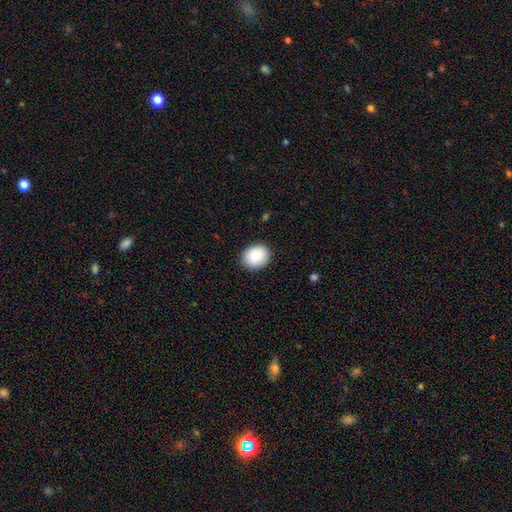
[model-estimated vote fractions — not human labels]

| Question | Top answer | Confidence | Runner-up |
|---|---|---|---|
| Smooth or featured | smooth | 88% | star or artifact (7%) |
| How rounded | round | 58% | in between (41%) |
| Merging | none | 88% | minor disturbance (8%) |